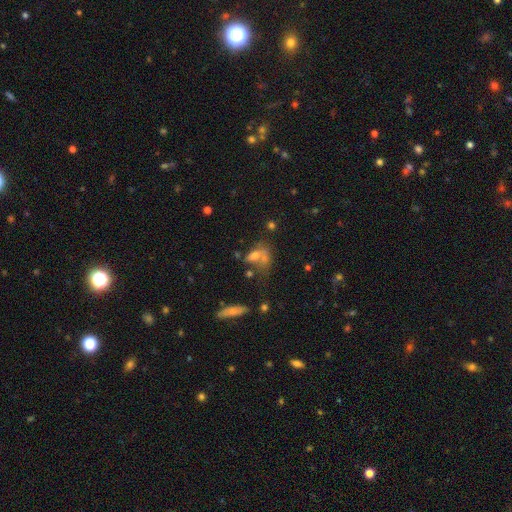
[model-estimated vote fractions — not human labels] Smooth or featured: smooth — 56% (featured or disk — 26%)
How rounded: in between — 73% (round — 15%)
Merging: merger — 34% (none — 32%)